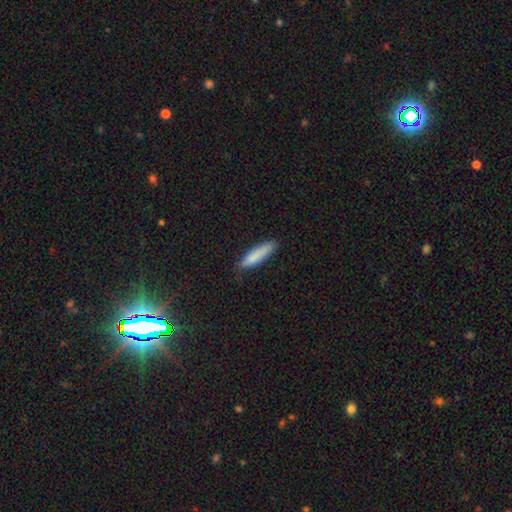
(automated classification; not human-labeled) Overall: smooth (84%). How rounded: cigar-shaped (81%). Merging: none (82%).